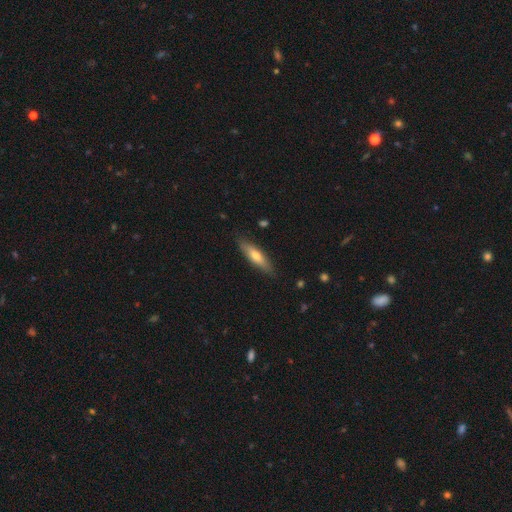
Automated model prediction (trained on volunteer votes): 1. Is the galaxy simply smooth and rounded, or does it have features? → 62% smooth, 32% featured or disk, 6% star or artifact.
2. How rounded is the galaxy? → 69% cigar-shaped, 29% in between, 2% round.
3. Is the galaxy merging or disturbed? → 85% none, 12% minor disturbance, 2% major disturbance, 1% merger.